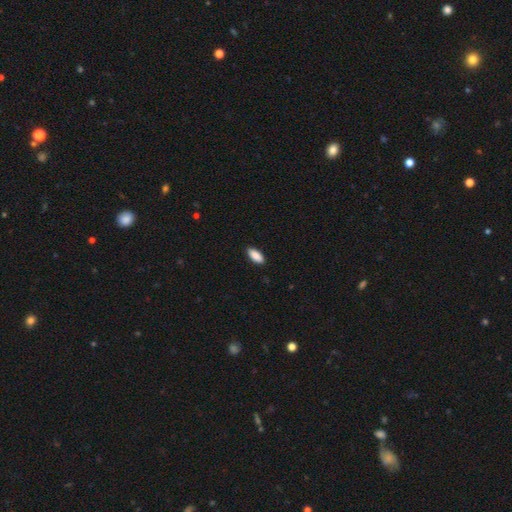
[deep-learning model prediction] The model was most divided on "how rounded": in between: 88%, cigar-shaped: 10%, round: 2%. More confident: smooth or featured — smooth (90%); merging — none (89%).